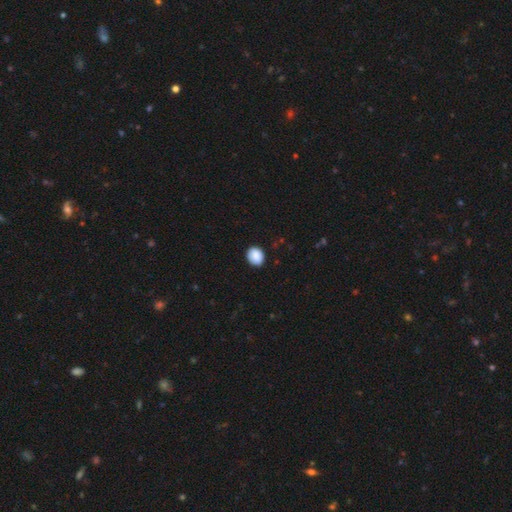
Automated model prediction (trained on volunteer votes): smooth 90%, star or artifact 7%, featured or disk 3%. Down the decision tree: how rounded — round (57%); merging — none (88%).